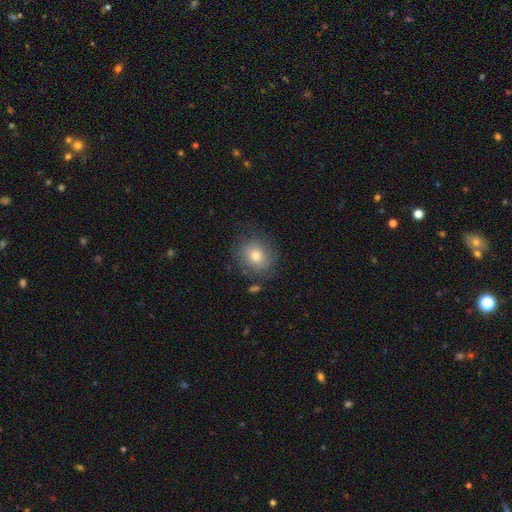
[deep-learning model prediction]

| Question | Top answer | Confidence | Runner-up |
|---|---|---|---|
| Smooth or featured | smooth | 73% | featured or disk (17%) |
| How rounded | round | 72% | in between (27%) |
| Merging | none | 77% | minor disturbance (15%) |